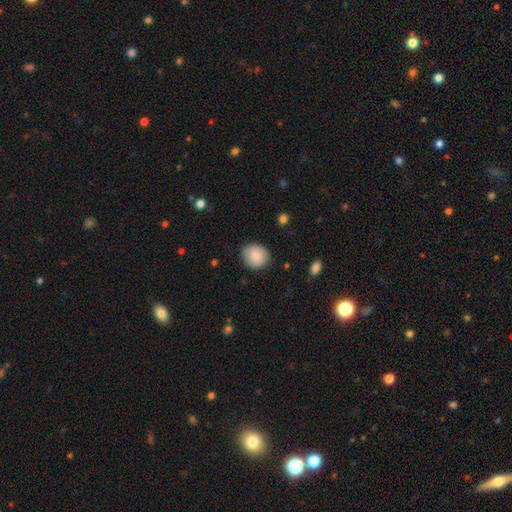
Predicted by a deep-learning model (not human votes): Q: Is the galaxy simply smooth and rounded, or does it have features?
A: smooth — 85%.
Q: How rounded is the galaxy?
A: round — 77%.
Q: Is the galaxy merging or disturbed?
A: none — 84%.